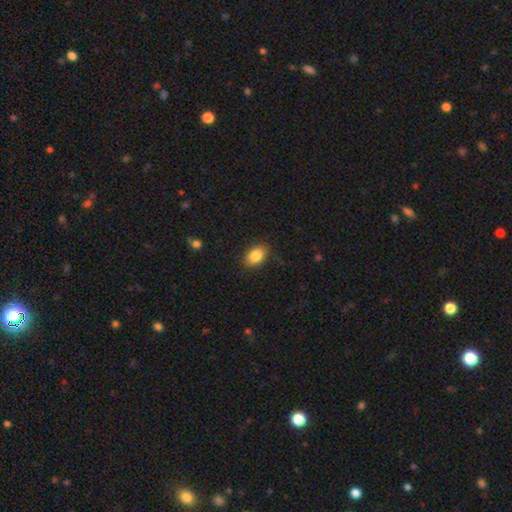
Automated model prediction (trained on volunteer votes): smooth_or_featured: smooth (p=0.85) [alt: star or artifact p=0.08]
how_rounded: in between (p=0.84) [alt: round p=0.14]
merging: none (p=0.84) [alt: minor disturbance p=0.12]